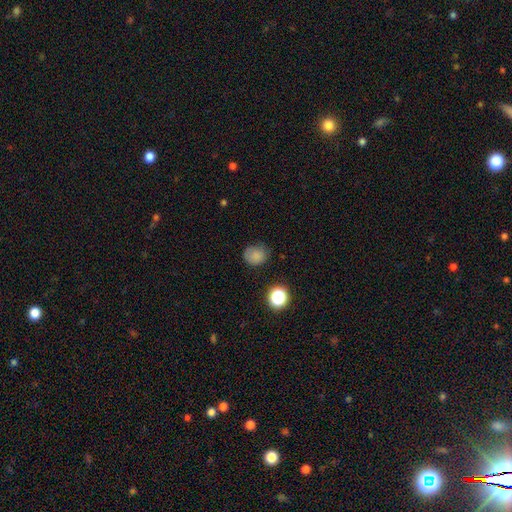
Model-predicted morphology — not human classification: Smooth or featured? Predicted: smooth (p=0.79). How rounded? Predicted: round (p=0.72). Merging? Predicted: none (p=0.67).